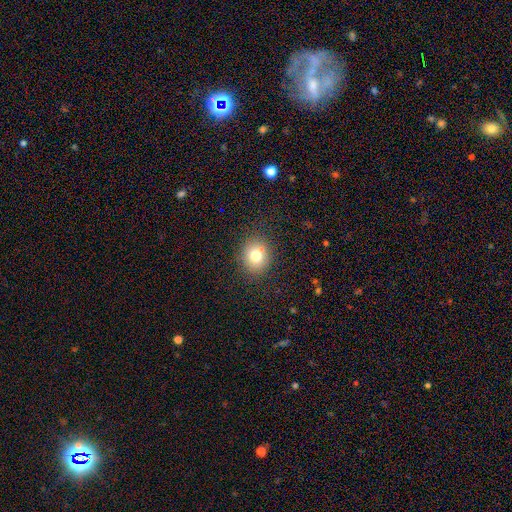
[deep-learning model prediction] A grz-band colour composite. It shows a smooth galaxy with no disk features (73%) that is round (72%). Merging: none (75%).